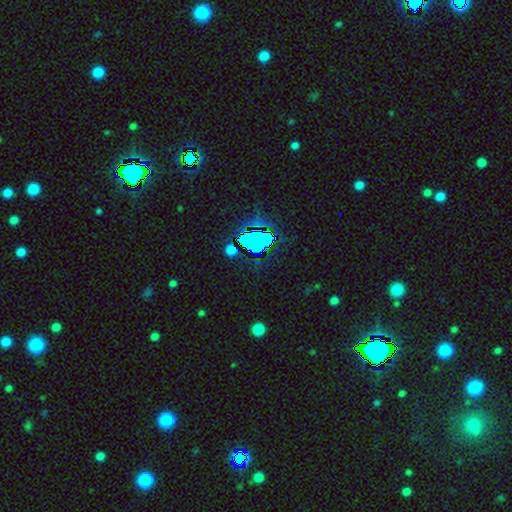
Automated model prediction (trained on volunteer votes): Smooth or featured? Predicted: star or artifact (p=0.80).